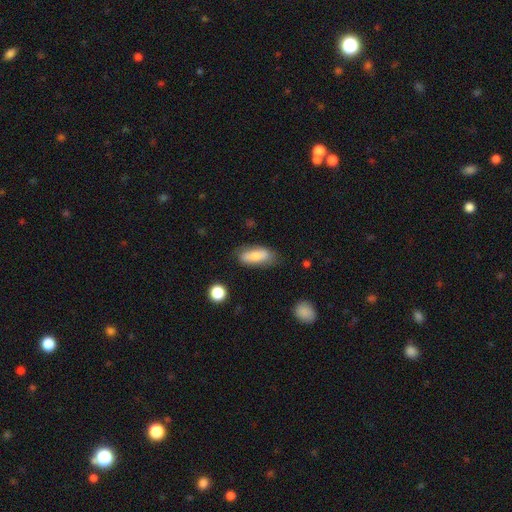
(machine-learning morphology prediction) Q: Smooth or featured?
A: smooth (77%); runner-up: featured or disk (16%)
Q: How rounded?
A: in between (76%); runner-up: cigar-shaped (21%)
Q: Merging?
A: none (70%); runner-up: minor disturbance (22%)